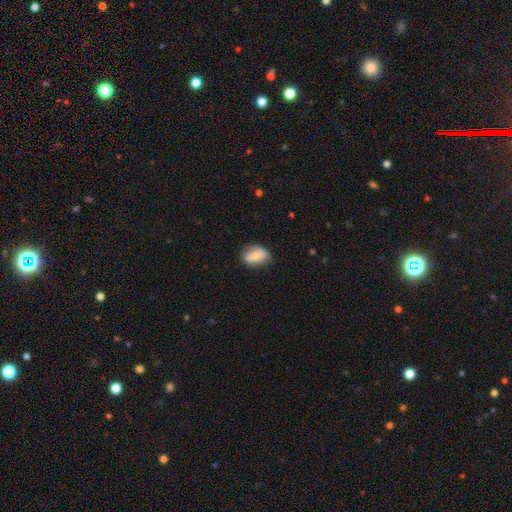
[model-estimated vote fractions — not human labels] smooth_or_featured: smooth (p=0.68) [alt: featured or disk p=0.25]
how_rounded: in between (p=0.80) [alt: round p=0.19]
merging: none (p=0.64) [alt: minor disturbance p=0.27]